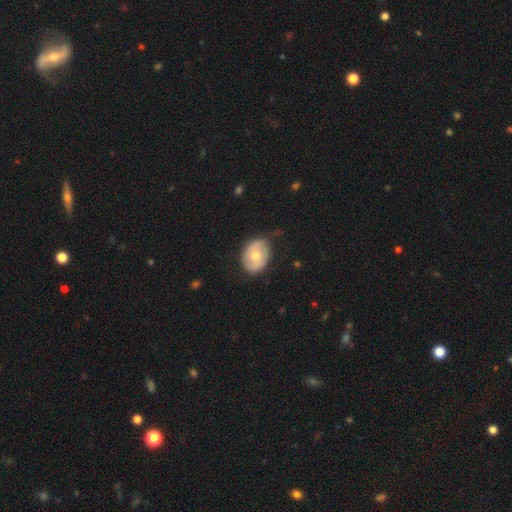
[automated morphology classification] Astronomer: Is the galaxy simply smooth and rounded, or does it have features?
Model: smooth — 51% (runner-up: featured or disk, 43%).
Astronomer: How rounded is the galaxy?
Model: in between — 59% (runner-up: round, 40%).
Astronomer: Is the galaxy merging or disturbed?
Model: none — 79%.